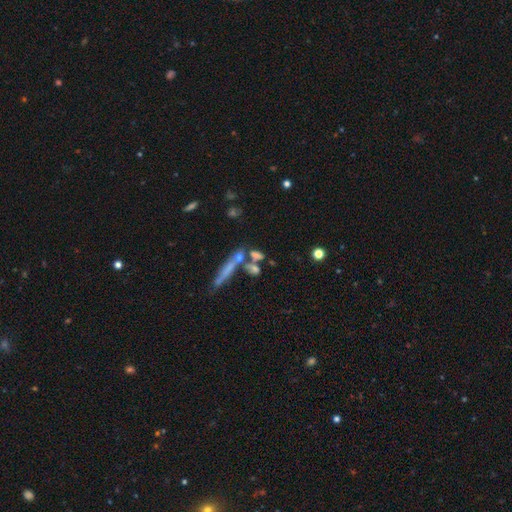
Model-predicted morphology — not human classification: A smooth galaxy with no disk features (58%) that is cigar-shaped (44%). Merging: none (43%).